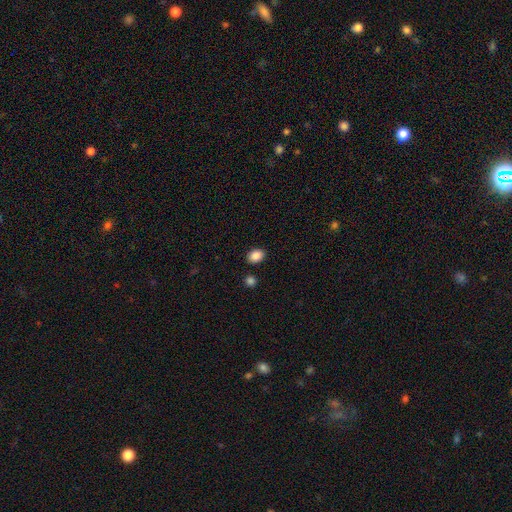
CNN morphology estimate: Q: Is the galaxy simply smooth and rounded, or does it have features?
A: smooth — 87%.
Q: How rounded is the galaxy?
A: in between — 68%.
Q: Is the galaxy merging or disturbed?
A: none — 86%.